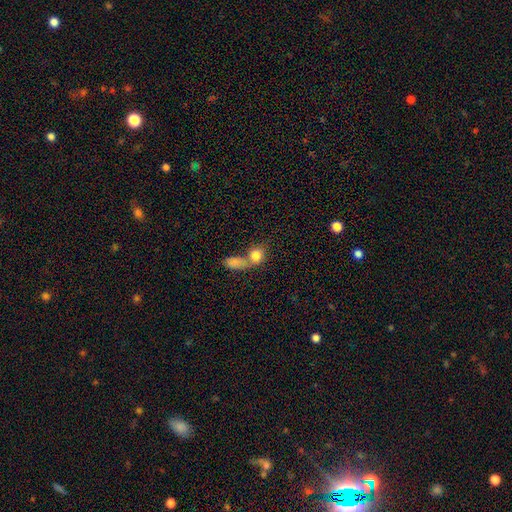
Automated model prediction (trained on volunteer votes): Smooth or featured: smooth — 82% (featured or disk — 10%)
How rounded: round — 56% (in between — 41%)
Merging: merger — 57% (none — 29%)